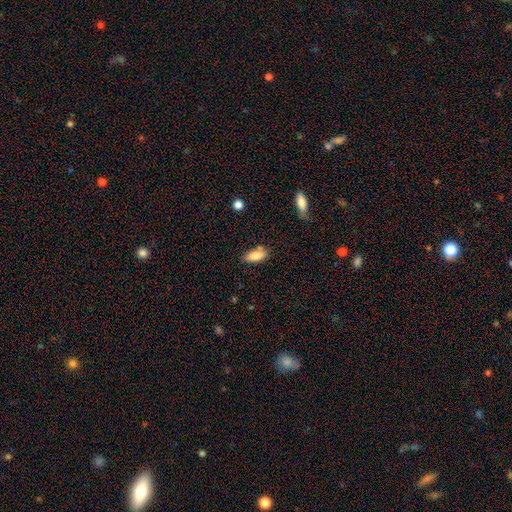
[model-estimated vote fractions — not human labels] Smooth or featured? smooth (81%)
How rounded? in between (80%)
Merging? none (69%)